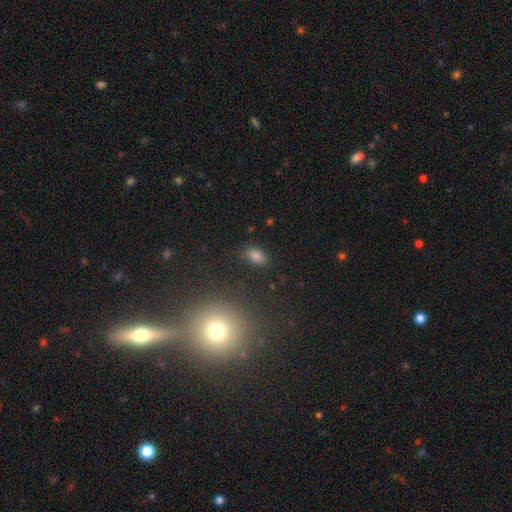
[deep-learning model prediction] Morphology: type=smooth (81%); roundness=in between (90%); merging=none (85%).